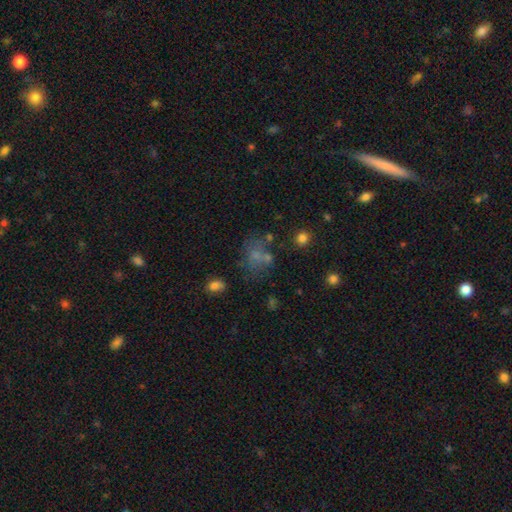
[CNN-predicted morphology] Smooth or featured? smooth (53%)
How rounded? round (51%)
Merging? none (49%)